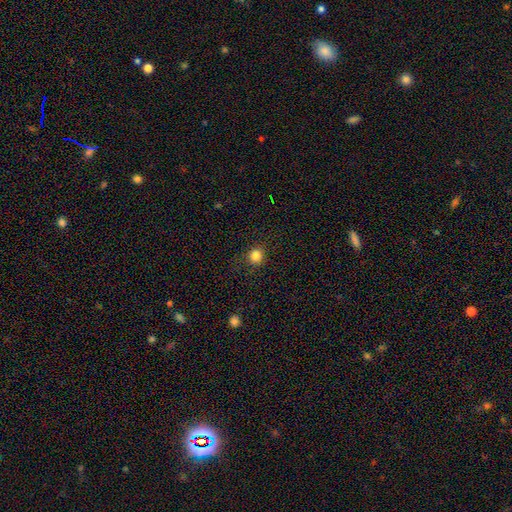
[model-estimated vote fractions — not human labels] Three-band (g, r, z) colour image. It shows a smooth galaxy with no disk features (83%) that is round (91%). Merging: none (87%).